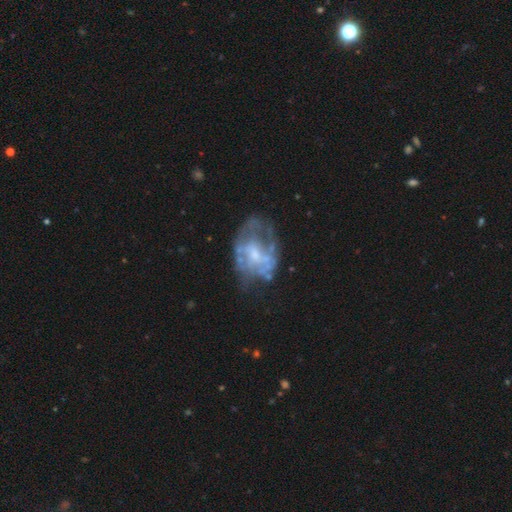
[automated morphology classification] This is likely a featured or disk galaxy (73%). It is clearly not viewed edge-on (97%). Bar: likely no (68%). Spiral arm pattern: possibly no (58%). Central bulge: possibly small (46%). Merging: marginally none (43%).